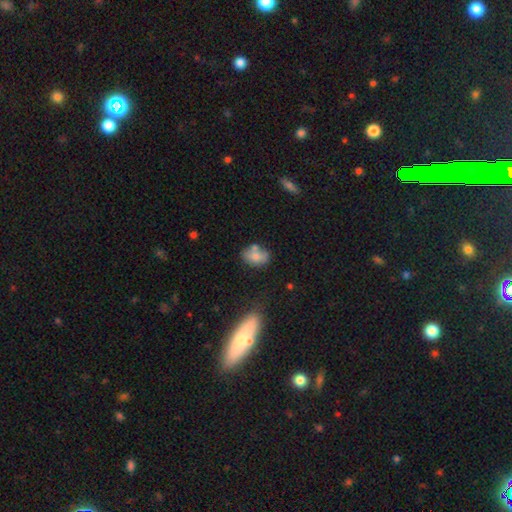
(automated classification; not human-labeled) Smooth or featured? smooth (72%)
How rounded? in between (77%)
Merging? none (58%)